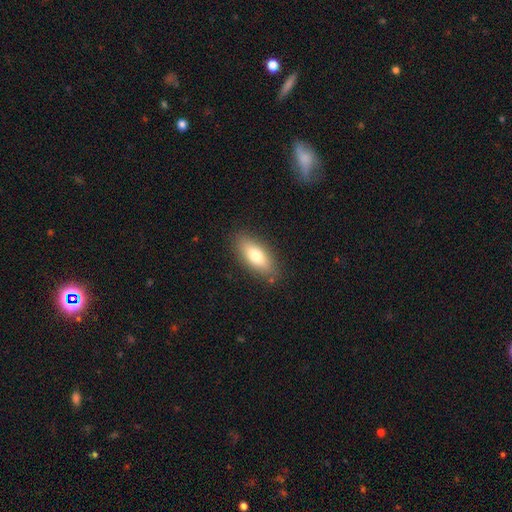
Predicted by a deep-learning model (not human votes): smooth-or-featured: smooth: 74% | featured or disk: 19% | star or artifact: 7%
  how-rounded: in between: 79% | cigar-shaped: 18% | round: 3%
  merging: none: 84% | minor disturbance: 11% | major disturbance: 3% | merger: 2%